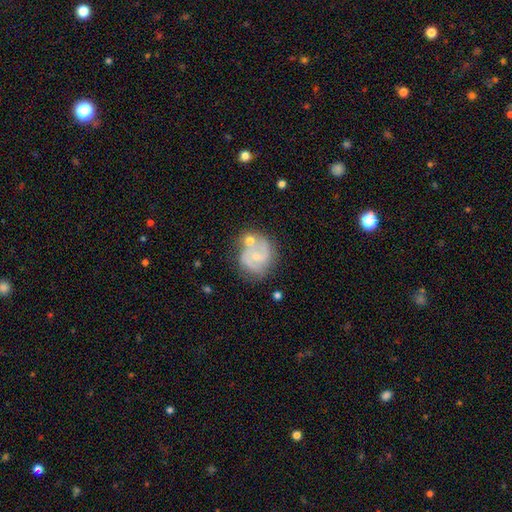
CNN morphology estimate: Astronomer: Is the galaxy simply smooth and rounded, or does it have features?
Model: featured or disk — 72%.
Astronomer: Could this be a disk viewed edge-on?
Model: no — 98%.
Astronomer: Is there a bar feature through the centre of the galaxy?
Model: no — 61%.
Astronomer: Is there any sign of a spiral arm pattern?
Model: yes — 87%.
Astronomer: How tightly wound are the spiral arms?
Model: medium — 49% (runner-up: tight, 33%).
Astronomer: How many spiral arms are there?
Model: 2 — 69%.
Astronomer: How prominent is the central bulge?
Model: small — 64%.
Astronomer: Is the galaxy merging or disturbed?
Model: none — 49%.